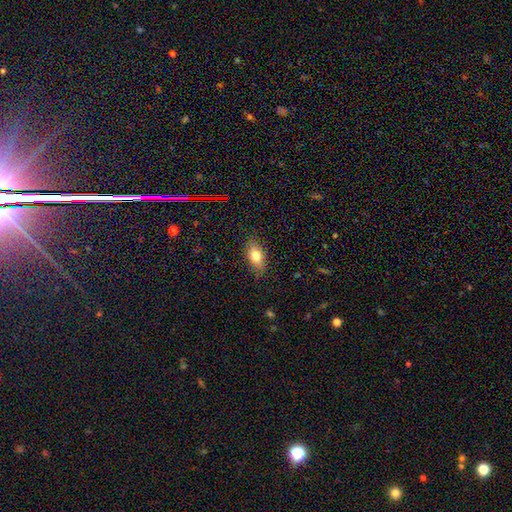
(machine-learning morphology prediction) Smooth or featured?
  - smooth: 77% *
  - featured or disk: 14%
  - star or artifact: 9%
How rounded?
  - in between: 87% *
  - cigar-shaped: 7%
  - round: 6%
Merging?
  - none: 82% *
  - minor disturbance: 14%
  - major disturbance: 3%
  - merger: 1%